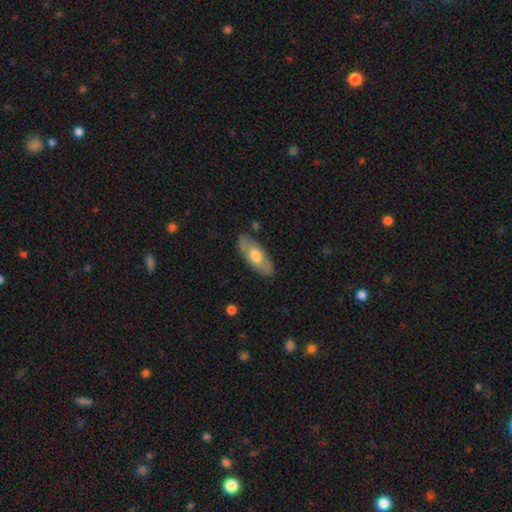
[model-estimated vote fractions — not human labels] A smooth galaxy with no disk features (56%) that is in between round and cigar-shaped (81%).

Vote fractions:
- Smooth or featured? smooth: 56% / featured or disk: 39% / star or artifact: 5%
- How rounded? in between: 81% / cigar-shaped: 16% / round: 3%
- Merging? none: 82% / minor disturbance: 13% / major disturbance: 3% / merger: 2%